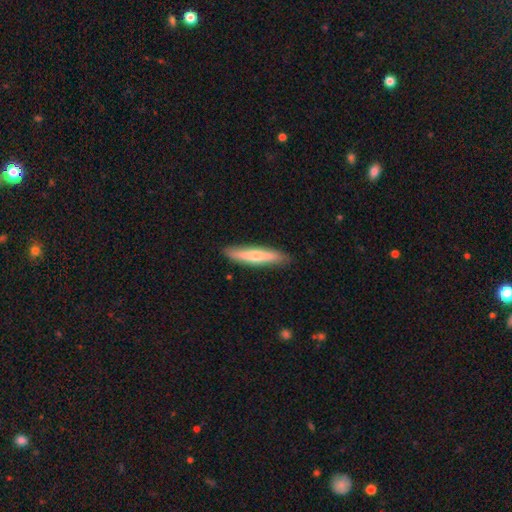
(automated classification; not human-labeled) smooth_or_featured: smooth (p=0.54) [alt: featured or disk p=0.41]
how_rounded: cigar-shaped (p=0.90) [alt: in between p=0.09]
merging: none (p=0.87) [alt: minor disturbance p=0.10]